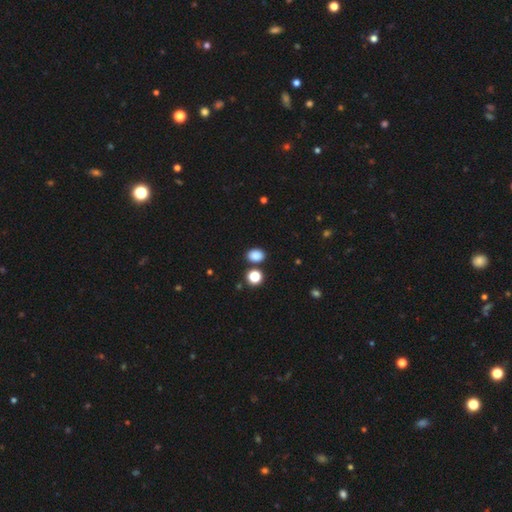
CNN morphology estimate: A smooth galaxy with no disk features (85%) that is in between round and cigar-shaped (64%). Merging: none (81%).